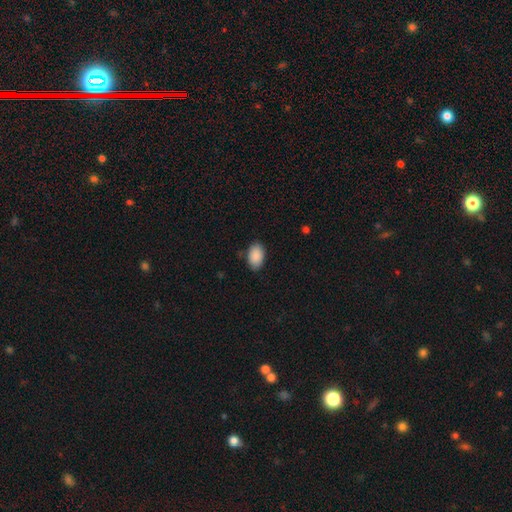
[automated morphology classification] Overall: smooth (90%). How rounded: in between (91%). Merging: none (83%).